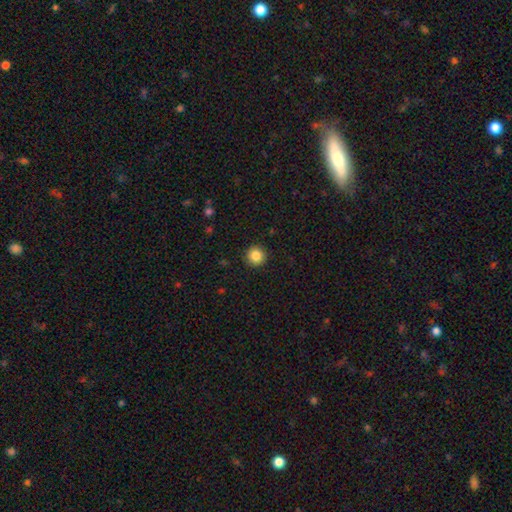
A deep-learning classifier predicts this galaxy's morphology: This is clearly a smooth galaxy (86%). How rounded: clearly round (95%). Merging: clearly none (92%).